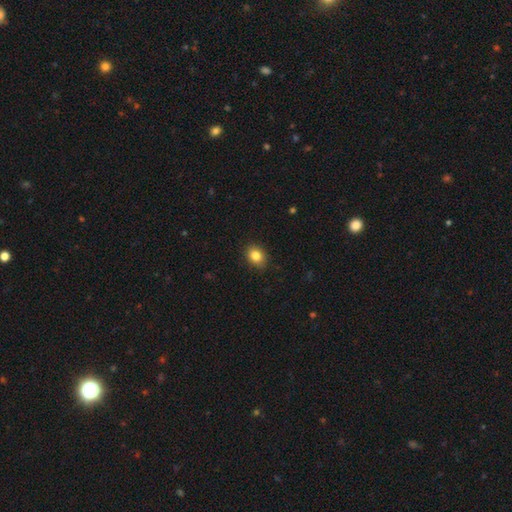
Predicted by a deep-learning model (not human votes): Smooth or featured? Predicted: smooth (p=0.84). How rounded? Predicted: in between (p=0.56). Merging? Predicted: none (p=0.89).